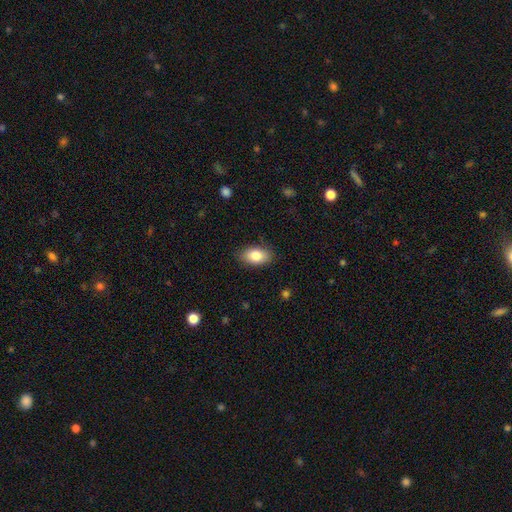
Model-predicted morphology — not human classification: smooth 83%, featured or disk 10%, star or artifact 7%. Down the decision tree: how rounded — in between (92%); merging — none (85%).